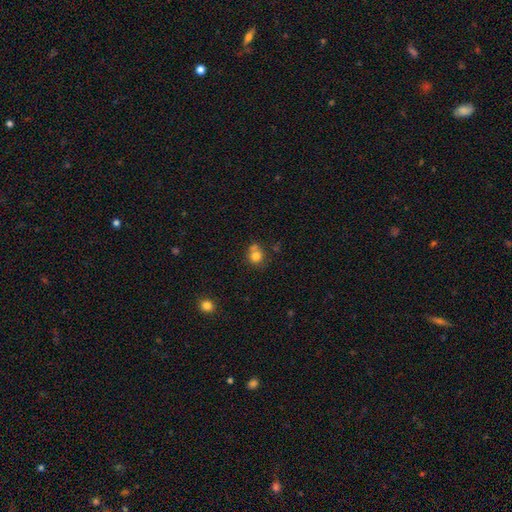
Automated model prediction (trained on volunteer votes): smooth-or-featured: smooth: 78% | star or artifact: 12% | featured or disk: 10%
  how-rounded: round: 81% | in between: 18% | cigar-shaped: 1%
  merging: none: 52% | merger: 28% | minor disturbance: 15% | major disturbance: 5%